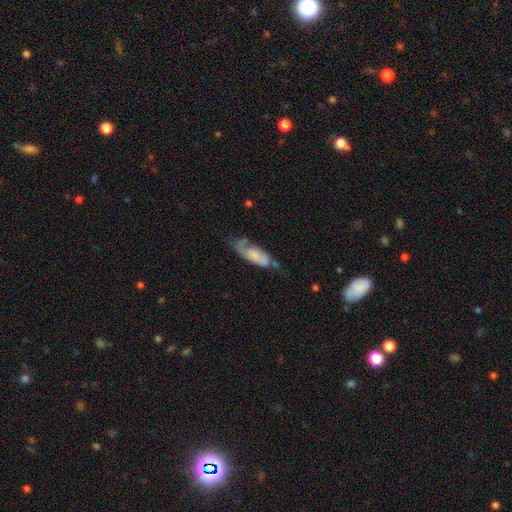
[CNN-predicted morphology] Smooth or featured? smooth (47%)
Merging? none (42%)